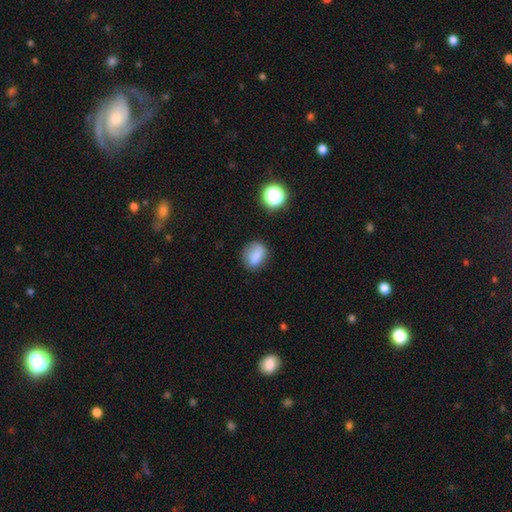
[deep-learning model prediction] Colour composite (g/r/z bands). It shows a smooth galaxy with no disk features (80%) that is in between round and cigar-shaped (64%). Merging: none (67%).